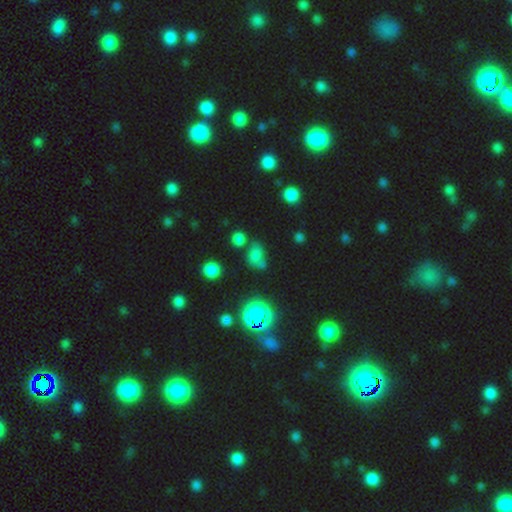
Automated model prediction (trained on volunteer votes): This appears to be a smooth galaxy with no disk features (59%) that is in between round and cigar-shaped (56%). Merging: none (48%).